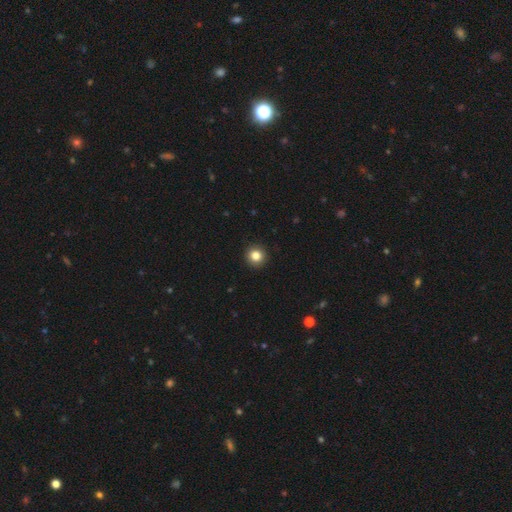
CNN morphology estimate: type=smooth (84%); roundness=round (94%); merging=none (93%).